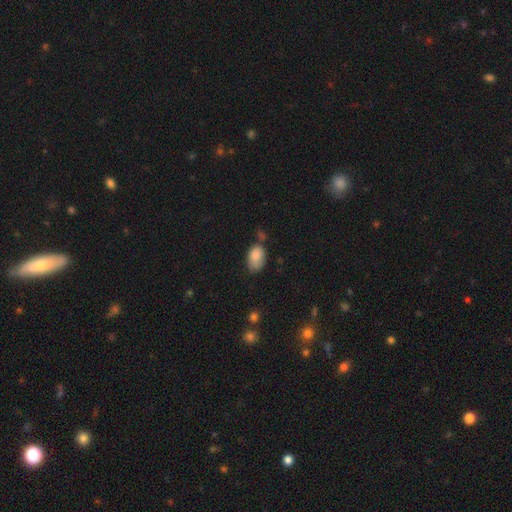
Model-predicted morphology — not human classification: Smooth or featured? smooth (84%)
How rounded? in between (89%)
Merging? none (46%)